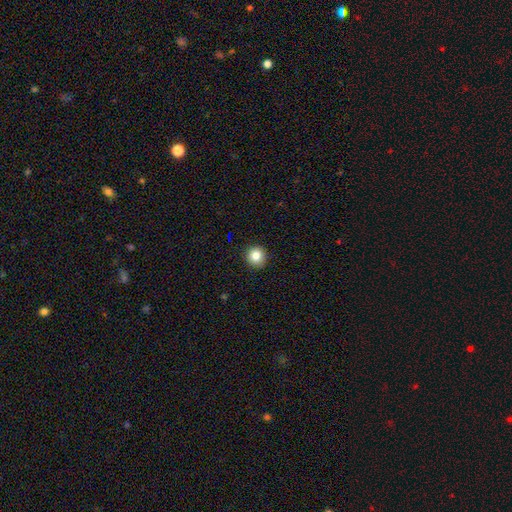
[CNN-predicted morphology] Smooth or featured? Predicted: smooth (p=0.82). How rounded? Predicted: round (p=0.94). Merging? Predicted: none (p=0.92).